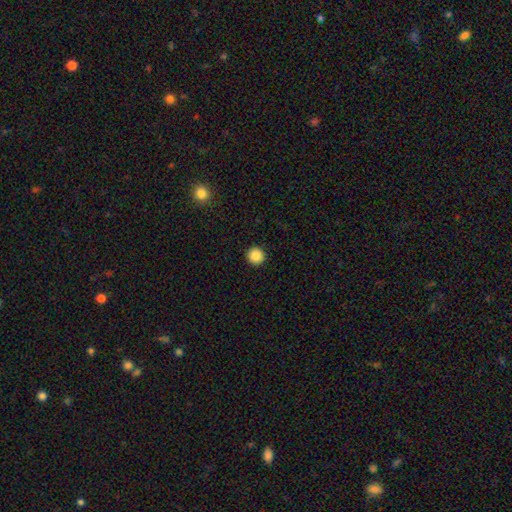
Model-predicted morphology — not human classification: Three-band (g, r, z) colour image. It shows a smooth galaxy with no disk features (87%) that is round (96%). Merging: none (94%).